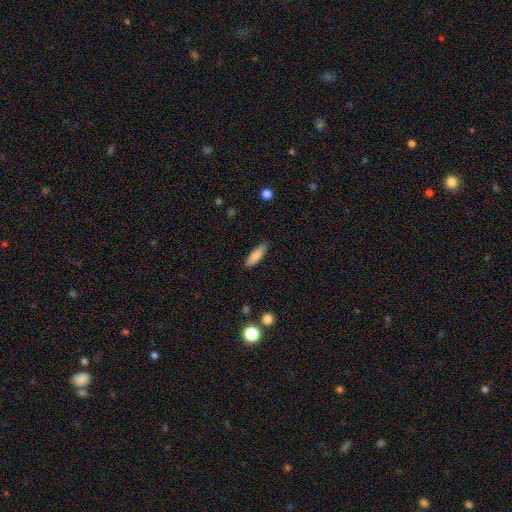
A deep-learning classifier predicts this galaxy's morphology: type=smooth (84%); roundness=in between (50%); merging=none (88%).